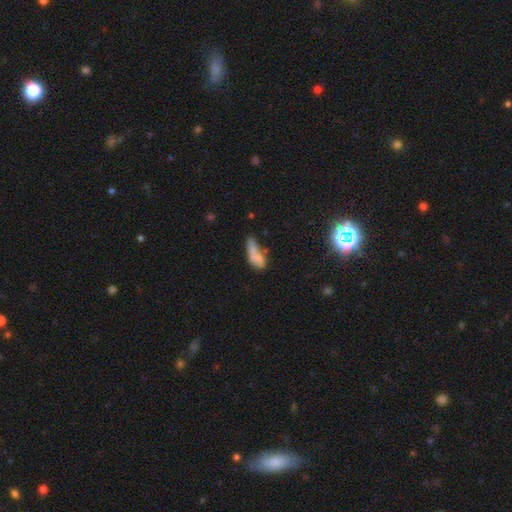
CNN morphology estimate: smooth-or-featured: smooth: 70% | featured or disk: 19% | star or artifact: 11%
  how-rounded: in between: 68% | cigar-shaped: 28% | round: 4%
  merging: merger: 28% | none: 26% | minor disturbance: 25% | major disturbance: 21%